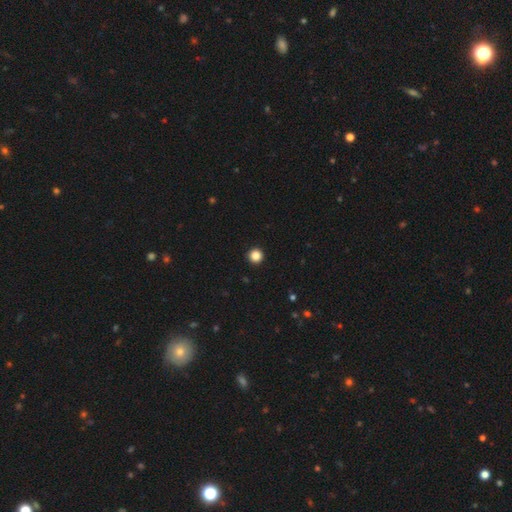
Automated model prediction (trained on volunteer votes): Overall: smooth (86%). How rounded: round (97%). Merging: none (94%).